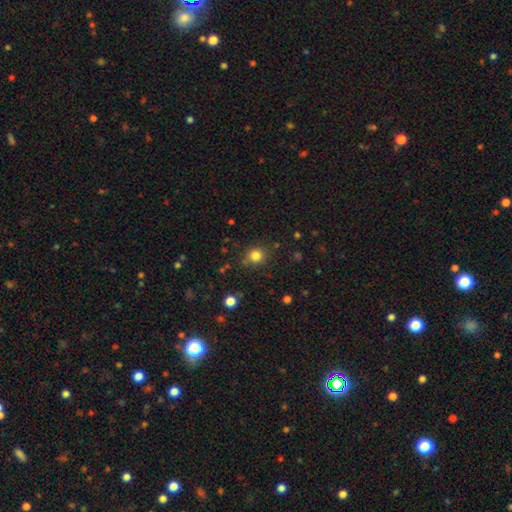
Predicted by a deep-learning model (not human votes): The model was most divided on "smooth or featured": smooth: 81%, star or artifact: 14%, featured or disk: 6%. More confident: how rounded — round (85%); merging — none (81%).